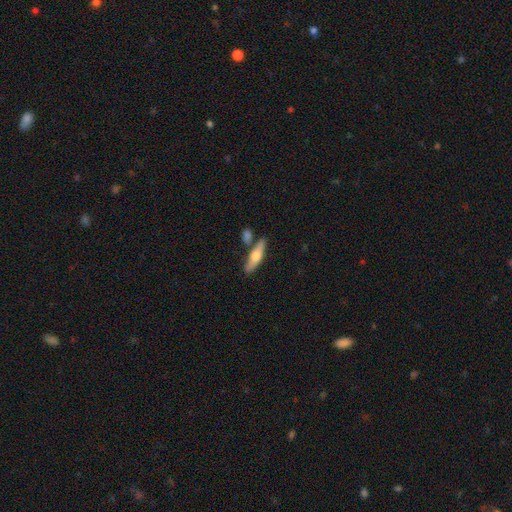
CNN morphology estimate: This is possibly a smooth galaxy (50%). How rounded: likely cigar-shaped (66%). Merging: likely none (73%).